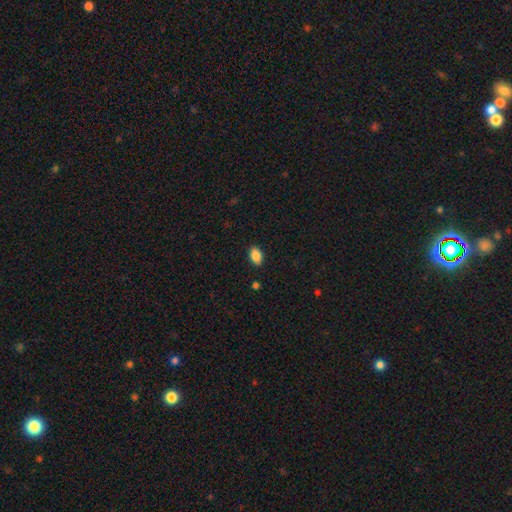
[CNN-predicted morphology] This appears to be a smooth galaxy with no disk features (87%) that is in between round and cigar-shaped (91%). Merging: none (88%).